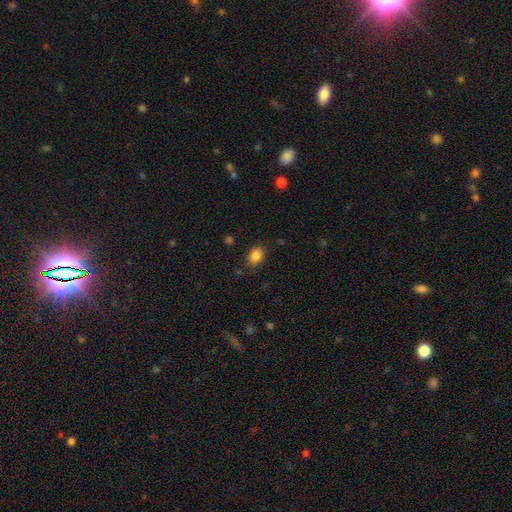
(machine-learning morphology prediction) Smooth or featured? Predicted: smooth (p=0.85). How rounded? Predicted: in between (p=0.71). Merging? Predicted: none (p=0.82).